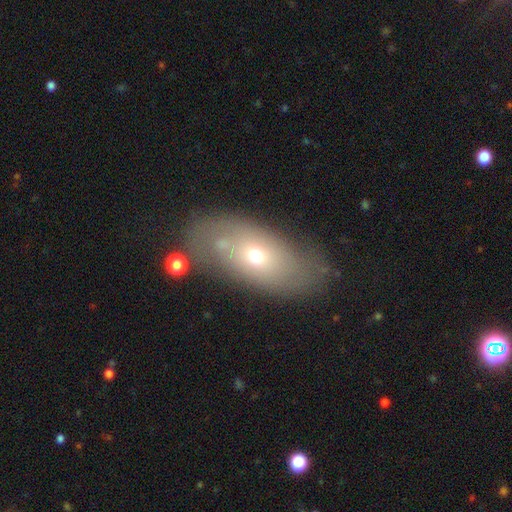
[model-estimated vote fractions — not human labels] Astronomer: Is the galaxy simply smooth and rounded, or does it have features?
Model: smooth — 52% (runner-up: featured or disk, 36%).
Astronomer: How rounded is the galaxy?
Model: in between — 82%.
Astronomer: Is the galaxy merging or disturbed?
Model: none — 66%.